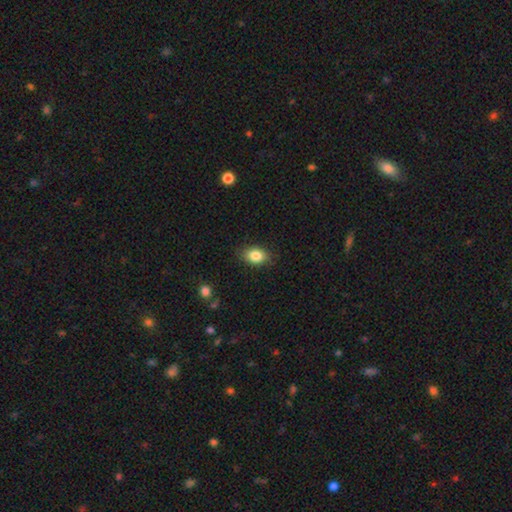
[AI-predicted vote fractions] Morphology: type=smooth (85%); roundness=in between (79%); merging=none (85%).